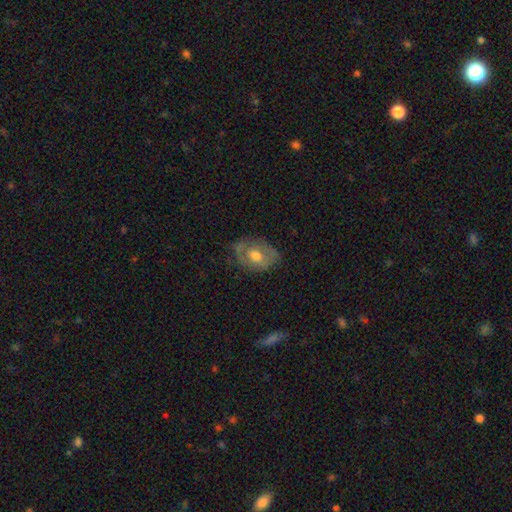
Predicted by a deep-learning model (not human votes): A featured or disk galaxy (54%) with no bar (67%), no spiral arms (56%) and a moderate central bulge (70%). Merging: none (68%).